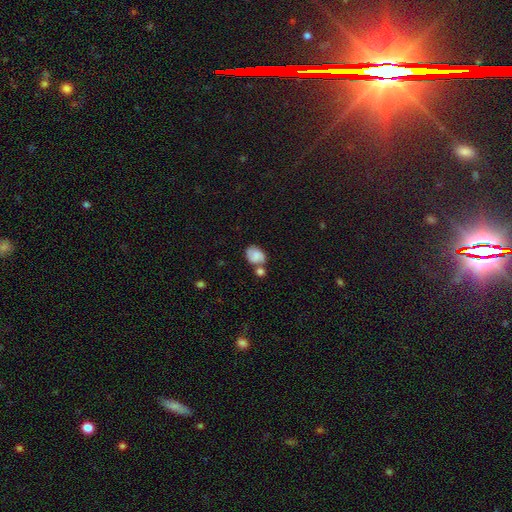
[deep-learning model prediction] A smooth galaxy with no disk features (69%) that is in between round and cigar-shaped (67%).

Vote fractions:
- Smooth or featured? smooth: 69% / featured or disk: 22% / star or artifact: 9%
- How rounded? in between: 67% / round: 31% / cigar-shaped: 1%
- Merging? none: 40% / merger: 34% / minor disturbance: 19% / major disturbance: 7%